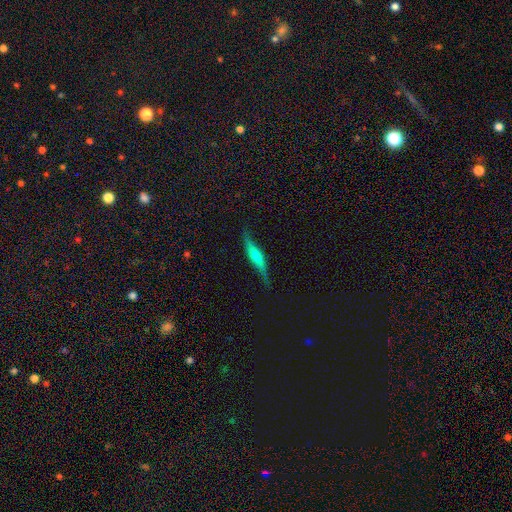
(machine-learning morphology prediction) Smooth or featured?
  - featured or disk: 56% *
  - smooth: 38%
  - star or artifact: 6%
Edge-on disk?
  - yes: 81% *
  - no: 19%
Merging?
  - none: 72% *
  - minor disturbance: 21%
  - major disturbance: 6%
  - merger: 2%